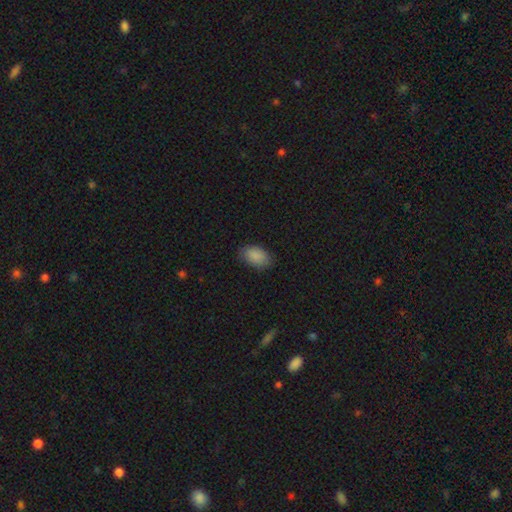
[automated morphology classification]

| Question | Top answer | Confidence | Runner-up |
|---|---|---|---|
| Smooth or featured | smooth | 89% | star or artifact (7%) |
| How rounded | in between | 90% | round (9%) |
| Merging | none | 81% | minor disturbance (15%) |